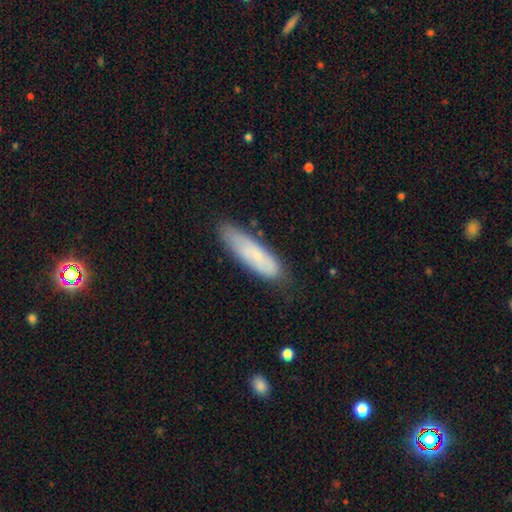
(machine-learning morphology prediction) A smooth galaxy with no disk features (63%) that is cigar-shaped (60%). Merging: none (72%).